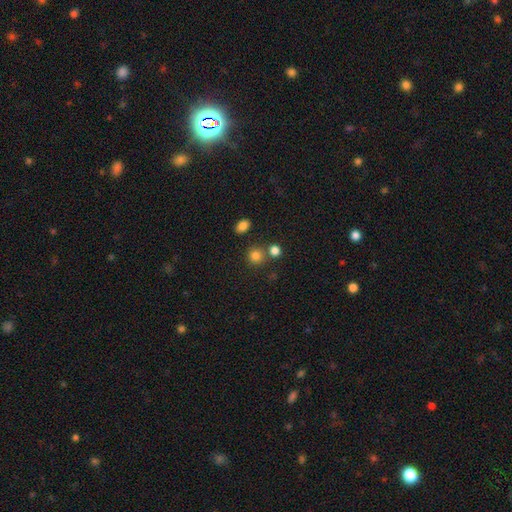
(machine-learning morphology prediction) smooth 81%, star or artifact 14%, featured or disk 5%. Down the decision tree: how rounded — round (87%); merging — none (72%).